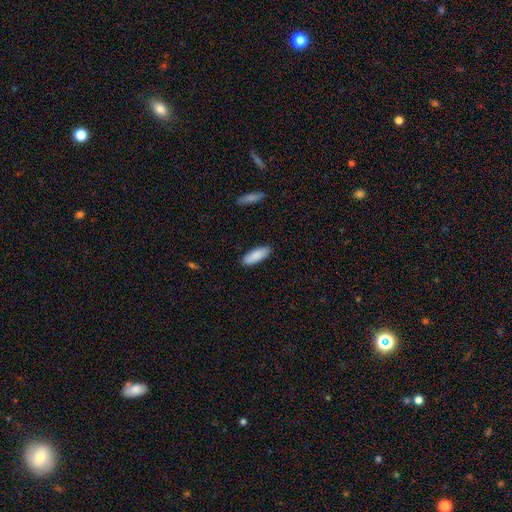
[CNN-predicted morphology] This appears to be a smooth galaxy with no disk features (88%) that is in between round and cigar-shaped (64%). Merging: none (89%).